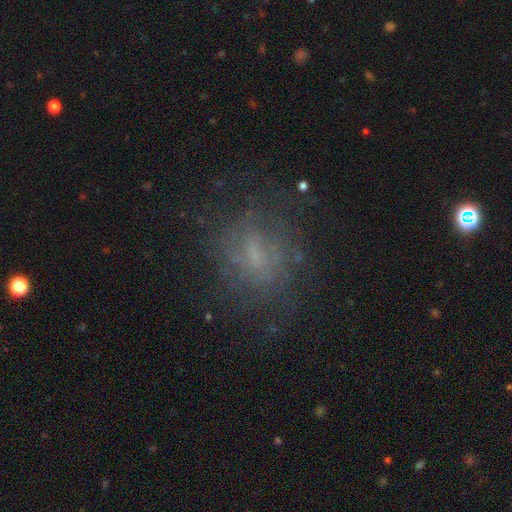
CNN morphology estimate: This is marginally a featured or disk galaxy (44%). Merging: likely none (67%).